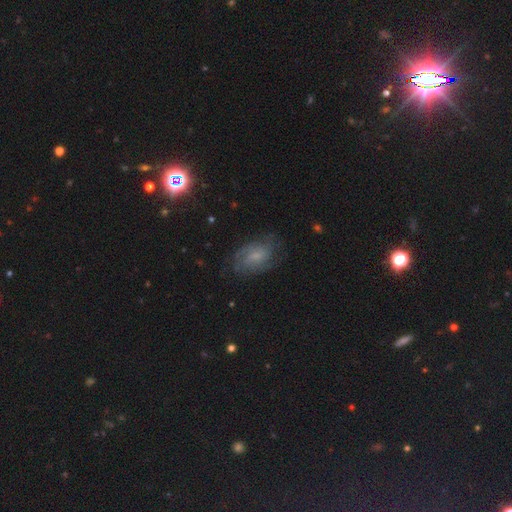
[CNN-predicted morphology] smooth-or-featured: featured or disk: 60% | smooth: 29% | star or artifact: 10%
  disk-edge-on: no: 96% | yes: 4%
    bar: no: 49% | weak: 44% | strong: 7%
    has-spiral-arms: yes: 85% | no: 15%
    bulge-size: small: 53% | moderate: 25% | none: 19% | large: 3% | dominant: 1%
  merging: none: 68% | minor disturbance: 21% | major disturbance: 10% | merger: 1%